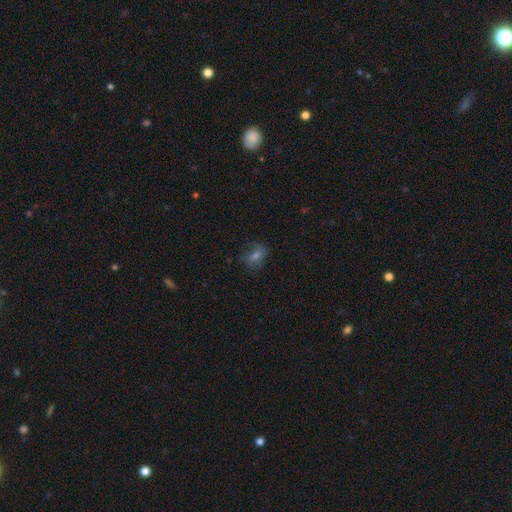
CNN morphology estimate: type=smooth (53%); roundness=in between (66%); merging=none (67%).